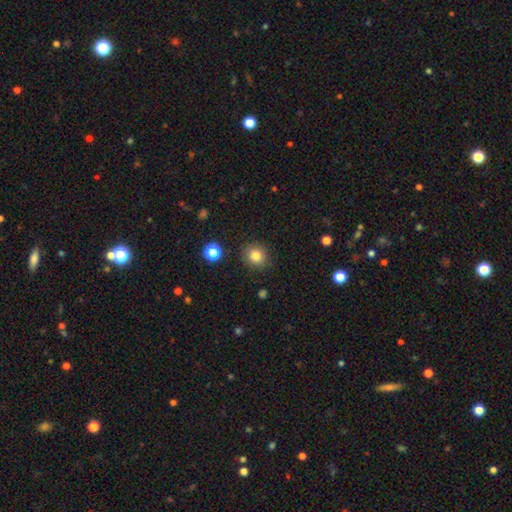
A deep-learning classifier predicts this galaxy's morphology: Smooth or featured? smooth (82%)
How rounded? round (84%)
Merging? none (88%)